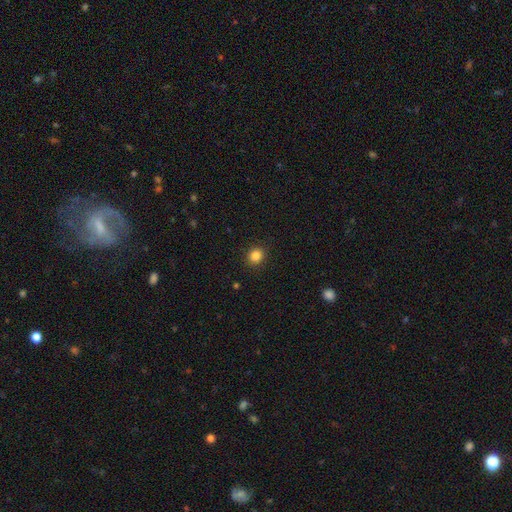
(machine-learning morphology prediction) Smooth or featured?
  - smooth: 85% *
  - star or artifact: 12%
  - featured or disk: 4%
How rounded?
  - round: 86% *
  - in between: 13%
  - cigar-shaped: 1%
Merging?
  - none: 91% *
  - minor disturbance: 6%
  - major disturbance: 2%
  - merger: 1%